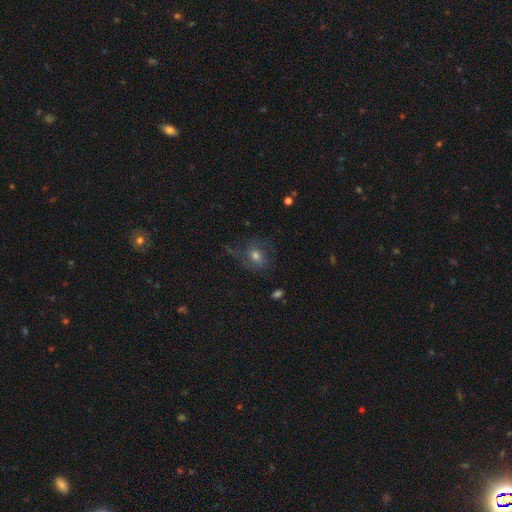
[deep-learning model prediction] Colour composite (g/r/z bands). It shows a smooth galaxy with no disk features (43%). Merging: none (57%).